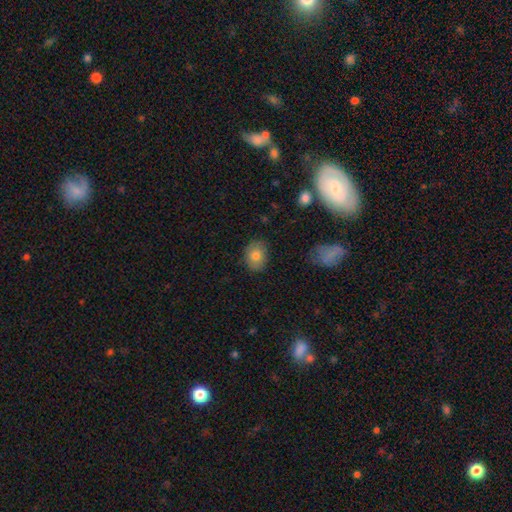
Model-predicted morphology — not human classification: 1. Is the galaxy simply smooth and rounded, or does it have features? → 78% smooth, 13% featured or disk, 8% star or artifact.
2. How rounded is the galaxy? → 55% in between, 44% round, 1% cigar-shaped.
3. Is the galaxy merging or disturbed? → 81% none, 14% minor disturbance, 3% major disturbance, 1% merger.